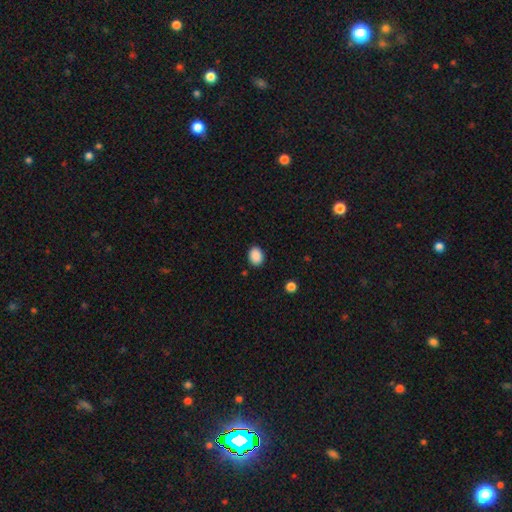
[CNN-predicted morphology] Smooth or featured? smooth (89%)
How rounded? in between (63%)
Merging? none (88%)